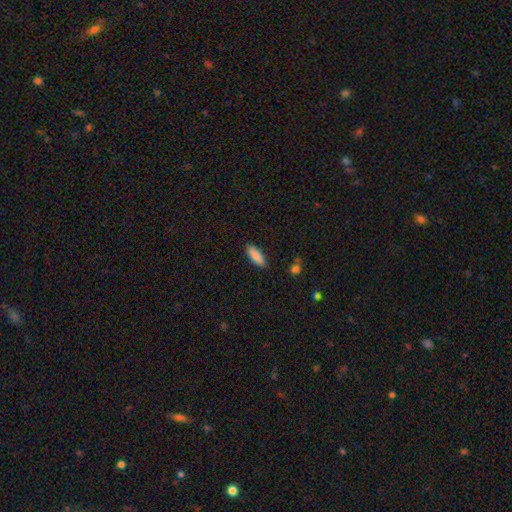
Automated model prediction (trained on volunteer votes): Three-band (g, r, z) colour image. It shows a smooth galaxy with no disk features (88%) that is in between round and cigar-shaped (66%). Merging: none (87%).